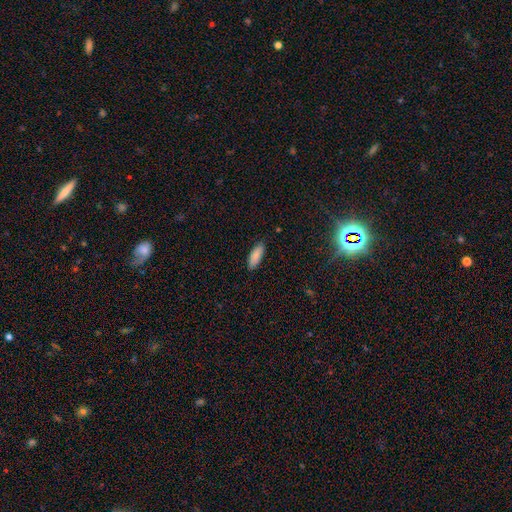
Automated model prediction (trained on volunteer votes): smooth_or_featured: smooth (p=0.86) [alt: featured or disk p=0.07]
how_rounded: in between (p=0.72) [alt: cigar-shaped p=0.26]
merging: none (p=0.86) [alt: minor disturbance p=0.11]